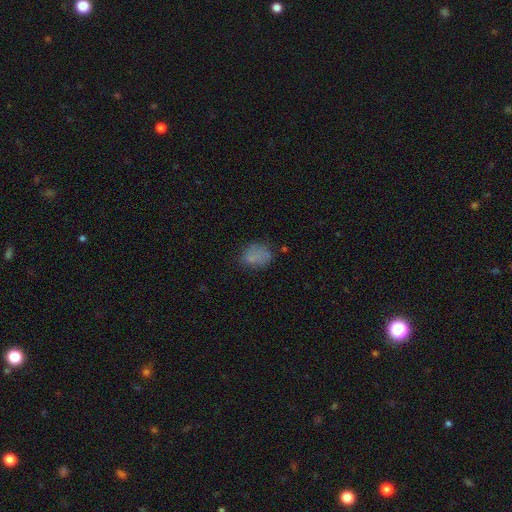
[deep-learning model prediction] A smooth galaxy with no disk features (72%) that is in between round and cigar-shaped (65%).

Vote fractions:
- Smooth or featured? smooth: 72% / star or artifact: 15% / featured or disk: 13%
- How rounded? in between: 65% / round: 33% / cigar-shaped: 2%
- Merging? none: 61% / minor disturbance: 23% / major disturbance: 11% / merger: 4%